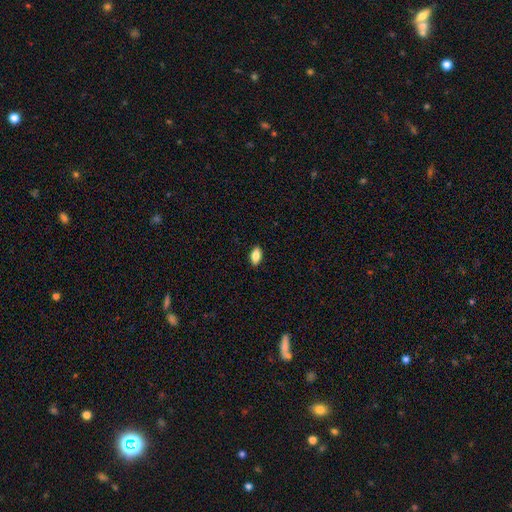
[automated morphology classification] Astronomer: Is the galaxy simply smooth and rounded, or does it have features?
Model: smooth — 83%.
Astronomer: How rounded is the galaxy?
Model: in between — 89%.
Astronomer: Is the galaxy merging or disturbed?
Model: none — 89%.